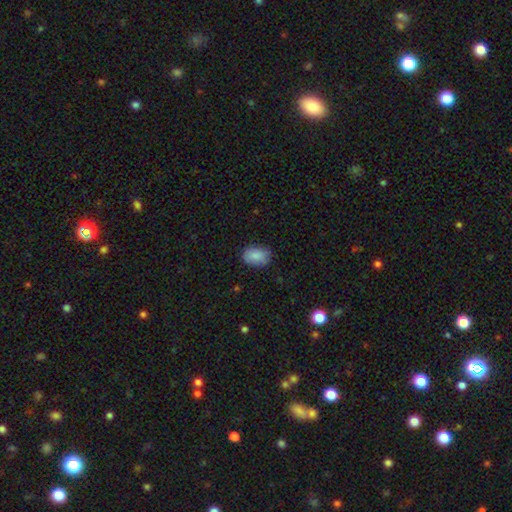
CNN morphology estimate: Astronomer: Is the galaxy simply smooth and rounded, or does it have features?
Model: smooth — 86%.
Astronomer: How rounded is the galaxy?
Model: in between — 84%.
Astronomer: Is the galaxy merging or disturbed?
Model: none — 77%.